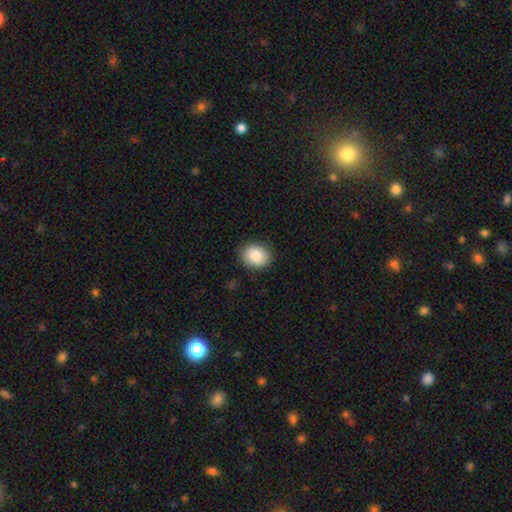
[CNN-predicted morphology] Smooth or featured?
  - smooth: 87% *
  - star or artifact: 7%
  - featured or disk: 6%
How rounded?
  - round: 58% *
  - in between: 41%
  - cigar-shaped: 1%
Merging?
  - none: 87% *
  - minor disturbance: 10%
  - major disturbance: 2%
  - merger: 1%